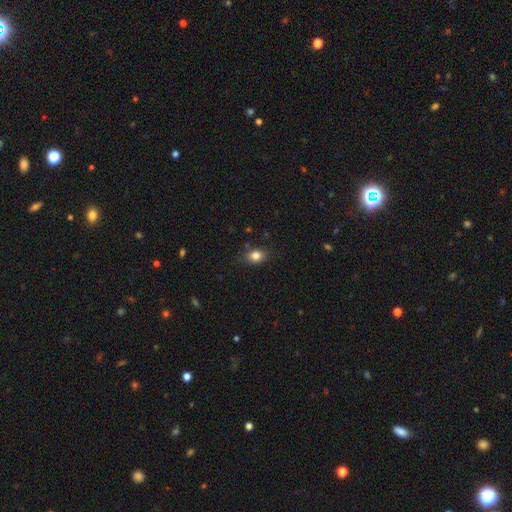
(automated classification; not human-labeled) Smooth or featured?
  - smooth: 83% *
  - star or artifact: 10%
  - featured or disk: 7%
How rounded?
  - in between: 60% *
  - round: 38%
  - cigar-shaped: 2%
Merging?
  - none: 80% *
  - minor disturbance: 15%
  - major disturbance: 3%
  - merger: 2%